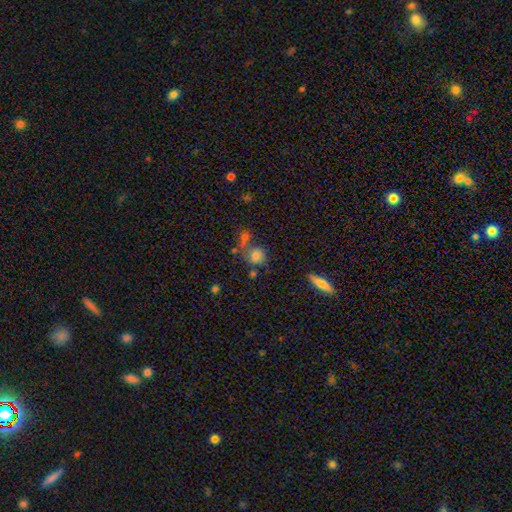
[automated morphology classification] Smooth or featured: smooth — 73% (star or artifact — 16%)
How rounded: round — 67% (in between — 31%)
Merging: none — 50% (merger — 23%)